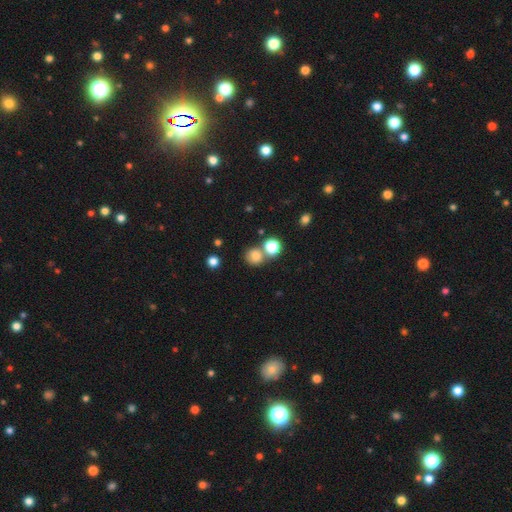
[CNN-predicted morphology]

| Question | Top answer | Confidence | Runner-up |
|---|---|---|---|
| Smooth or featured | smooth | 78% | star or artifact (14%) |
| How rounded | round | 81% | in between (18%) |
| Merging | none | 58% | merger (28%) |